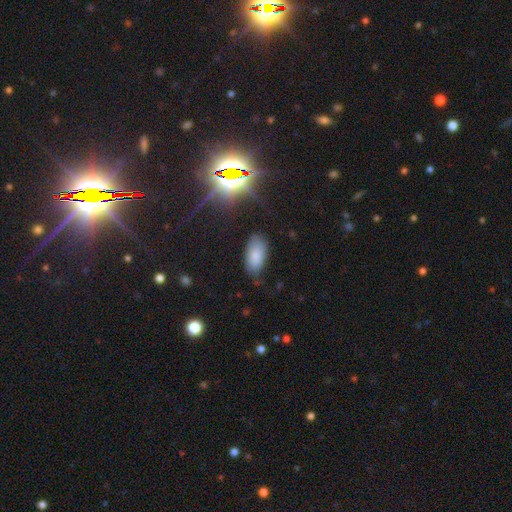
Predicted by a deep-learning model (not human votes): smooth_or_featured: smooth (p=0.81) [alt: star or artifact p=0.11]
how_rounded: in between (p=0.94) [alt: cigar-shaped p=0.04]
merging: none (p=0.70) [alt: minor disturbance p=0.22]